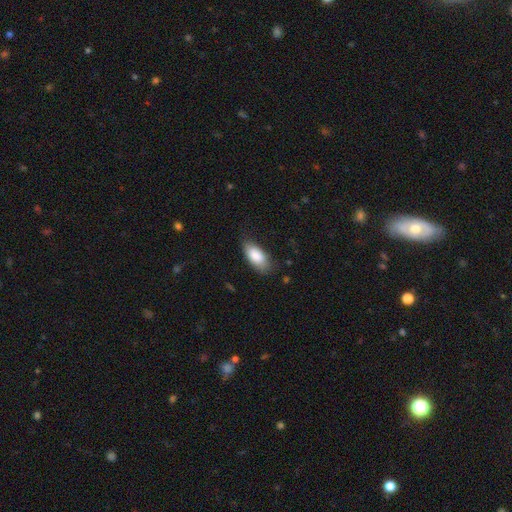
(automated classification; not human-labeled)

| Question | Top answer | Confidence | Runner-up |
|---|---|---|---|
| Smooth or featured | smooth | 85% | featured or disk (9%) |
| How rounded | in between | 89% | cigar-shaped (8%) |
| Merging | none | 69% | minor disturbance (24%) |